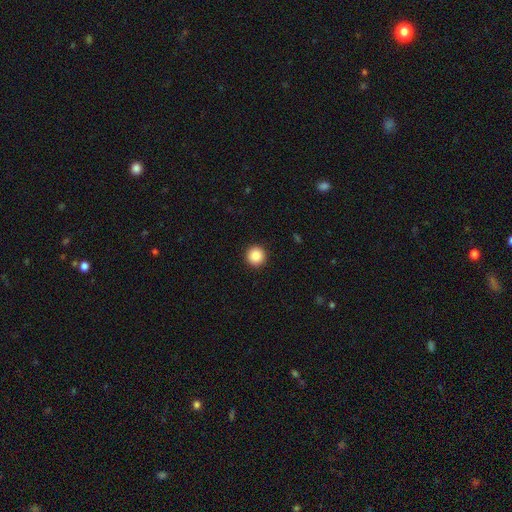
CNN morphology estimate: A smooth galaxy with no disk features (88%) that is round (96%). Merging: none (93%).